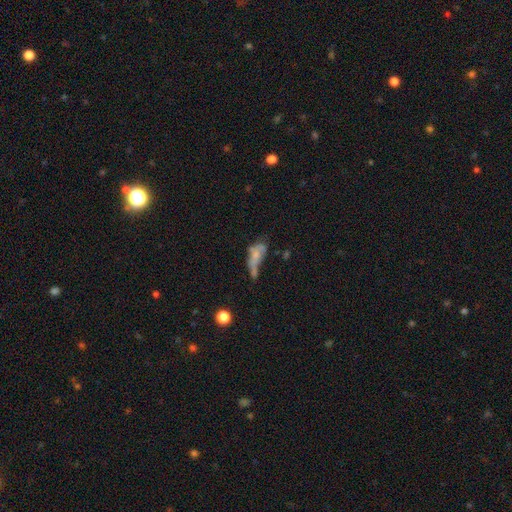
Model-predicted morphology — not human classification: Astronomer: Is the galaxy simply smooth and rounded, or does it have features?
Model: smooth — 49% (runner-up: featured or disk, 38%).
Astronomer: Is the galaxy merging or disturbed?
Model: major disturbance — 34% (runner-up: merger, 25%).